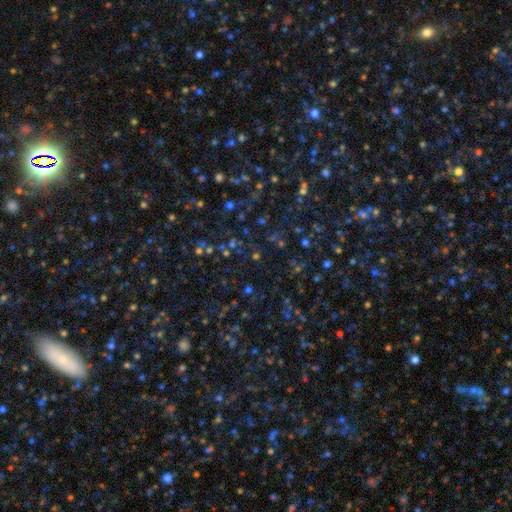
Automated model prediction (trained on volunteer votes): Smooth or featured?
  - star or artifact: 72% *
  - smooth: 20%
  - featured or disk: 9%